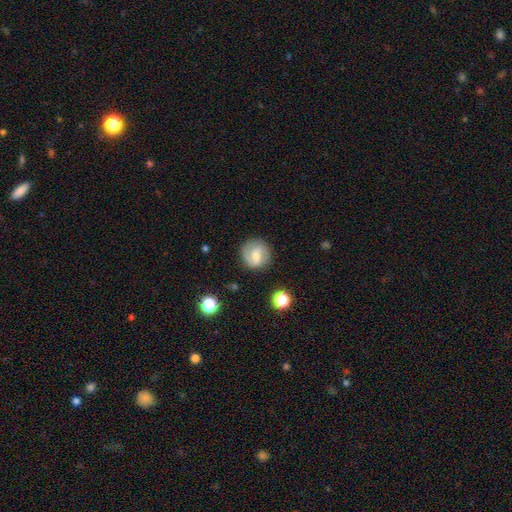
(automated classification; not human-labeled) smooth_or_featured: featured or disk (p=0.63) [alt: smooth p=0.30]
disk_edge_on: no (p=0.97) [alt: yes p=0.03]
bar: weak (p=0.54) [alt: no p=0.25]
has_spiral_arms: yes (p=0.87) [alt: no p=0.13]
spiral_winding: medium (p=0.45) [alt: tight p=0.29]
spiral_arm_count: 2 (p=0.82) [alt: can't tell p=0.09]
bulge_size: moderate (p=0.51) [alt: small p=0.38]
merging: none (p=0.82) [alt: minor disturbance p=0.12]